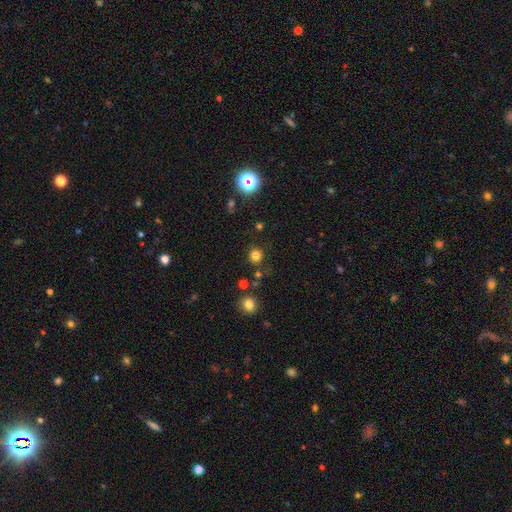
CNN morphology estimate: This is likely a smooth galaxy (78%). How rounded: clearly round (92%). Merging: clearly none (85%).